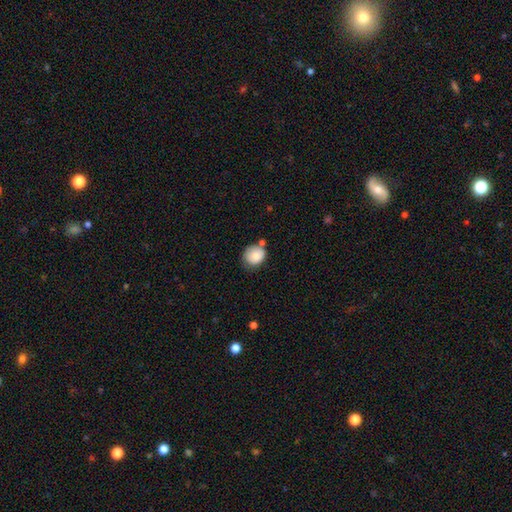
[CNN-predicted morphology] smooth 84%, star or artifact 8%, featured or disk 8%. Down the decision tree: how rounded — round (69%); merging — none (61%).